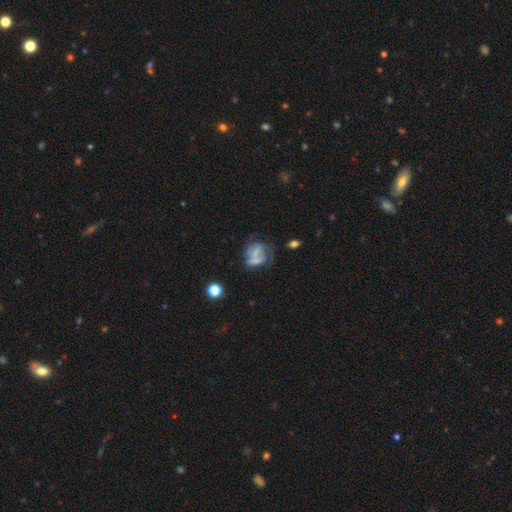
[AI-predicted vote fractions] Smooth or featured: featured or disk — 49% (smooth — 36%)
Merging: none — 36% (major disturbance — 27%)